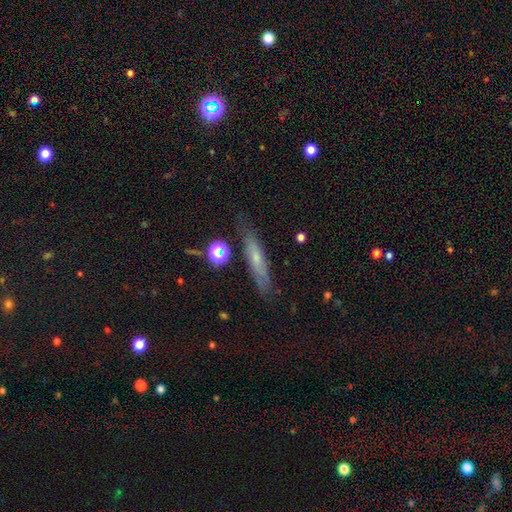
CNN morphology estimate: Q: Smooth or featured?
A: smooth (48%); runner-up: featured or disk (41%)
Q: Merging?
A: none (76%); runner-up: minor disturbance (17%)